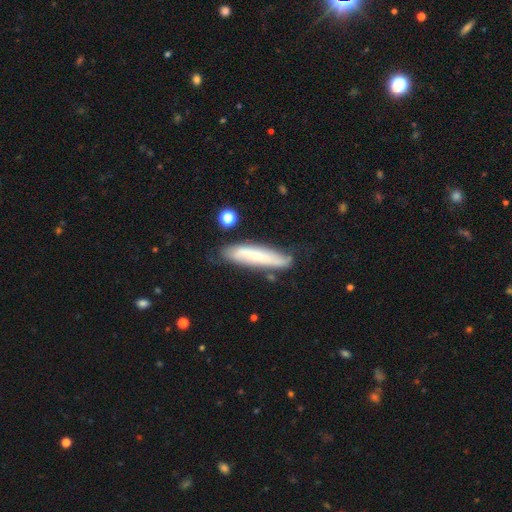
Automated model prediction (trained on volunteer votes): A featured or disk galaxy (47%). Merging: none (71%).